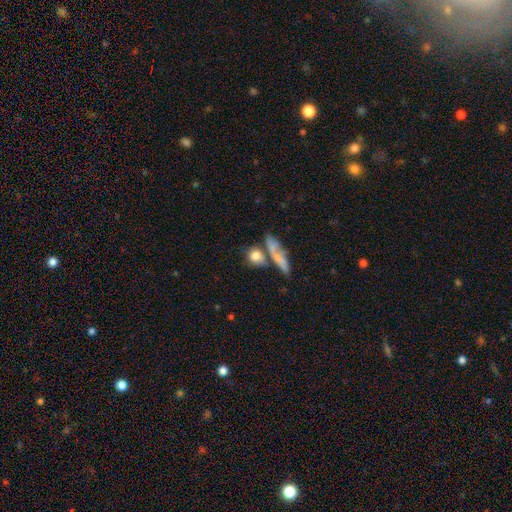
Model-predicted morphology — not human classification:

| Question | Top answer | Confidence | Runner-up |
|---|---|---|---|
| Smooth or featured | smooth | 76% | featured or disk (16%) |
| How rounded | round | 60% | in between (25%) |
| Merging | none | 51% | merger (30%) |